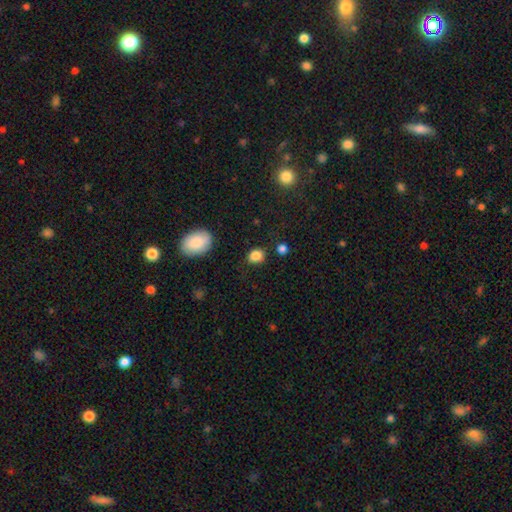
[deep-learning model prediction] Smooth or featured: smooth — 85% (star or artifact — 10%)
How rounded: round — 53% (in between — 46%)
Merging: none — 78% (minor disturbance — 15%)